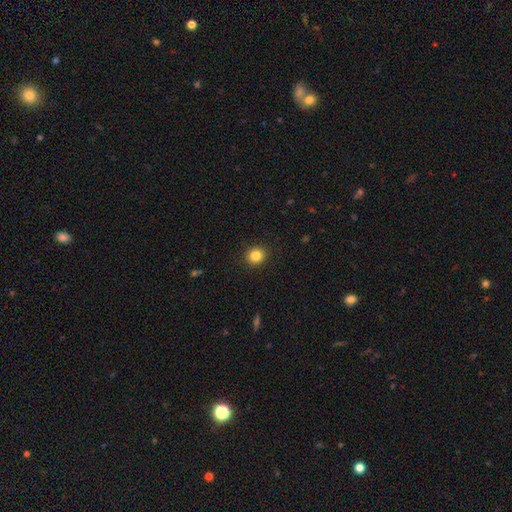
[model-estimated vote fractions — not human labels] A smooth galaxy with no disk features (84%) that is round (88%).

Vote fractions:
- Smooth or featured? smooth: 84% / star or artifact: 11% / featured or disk: 5%
- How rounded? round: 88% / in between: 11% / cigar-shaped: 1%
- Merging? none: 92% / minor disturbance: 5% / major disturbance: 2% / merger: 1%